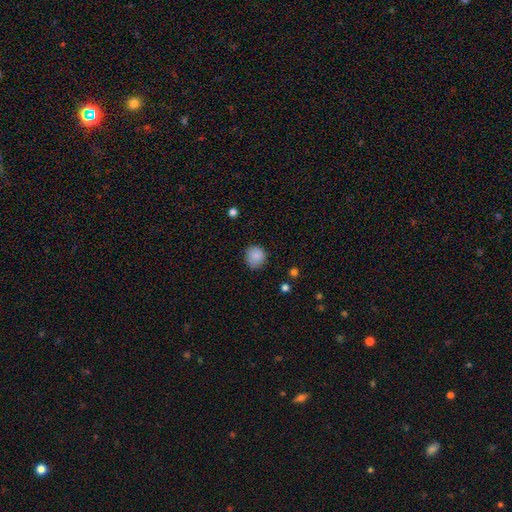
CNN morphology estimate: Smooth or featured?
  - smooth: 87% *
  - star or artifact: 9%
  - featured or disk: 4%
How rounded?
  - round: 87% *
  - in between: 12%
  - cigar-shaped: 1%
Merging?
  - none: 83% *
  - minor disturbance: 13%
  - major disturbance: 3%
  - merger: 1%